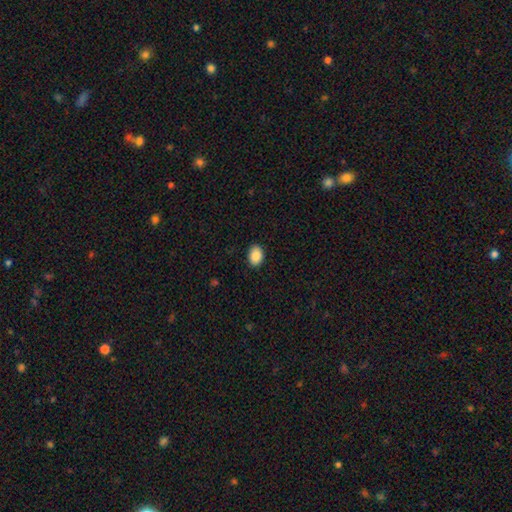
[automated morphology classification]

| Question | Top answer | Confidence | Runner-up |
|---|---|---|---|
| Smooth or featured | smooth | 88% | star or artifact (7%) |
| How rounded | in between | 78% | round (21%) |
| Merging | none | 89% | minor disturbance (8%) |